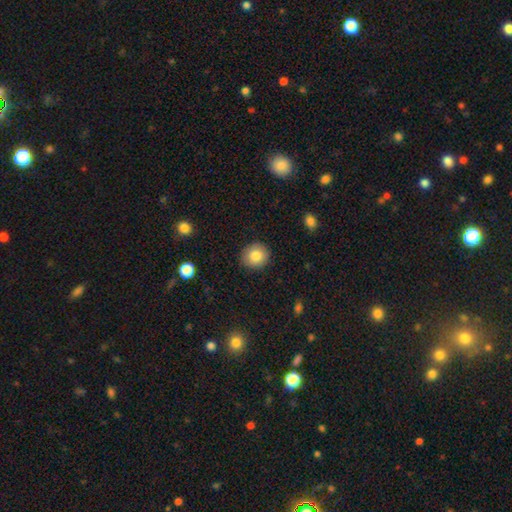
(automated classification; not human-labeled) Overall: smooth (84%). How rounded: round (88%). Merging: none (90%).